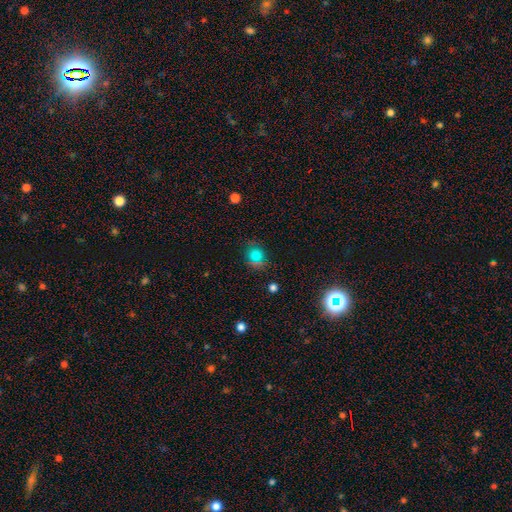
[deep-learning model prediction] This is likely a smooth galaxy (68%). How rounded: likely round (76%). Merging: likely none (72%).